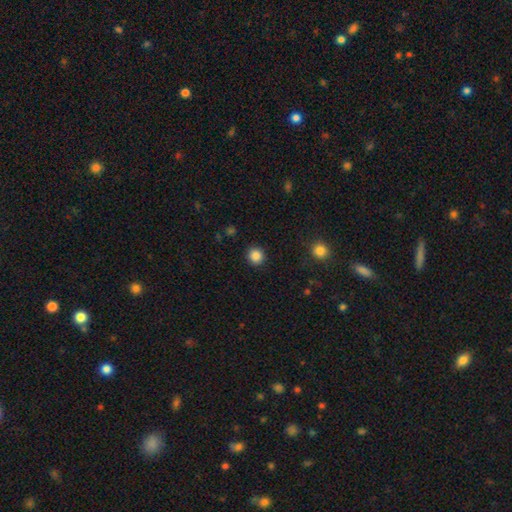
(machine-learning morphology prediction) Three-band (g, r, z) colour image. It shows a smooth galaxy with no disk features (86%) that is round (90%). Merging: none (91%).